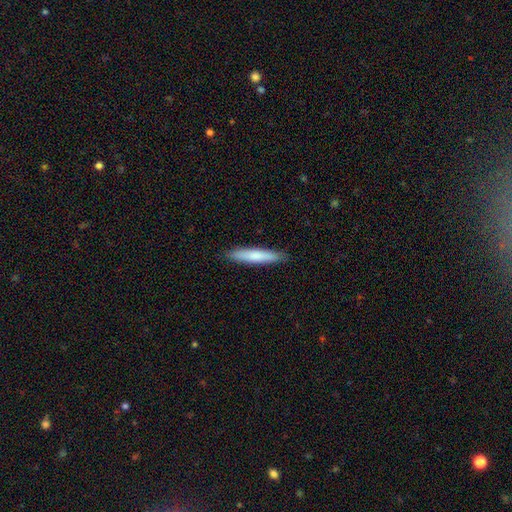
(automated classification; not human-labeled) Overall: smooth (74%). How rounded: cigar-shaped (92%). Merging: none (90%).